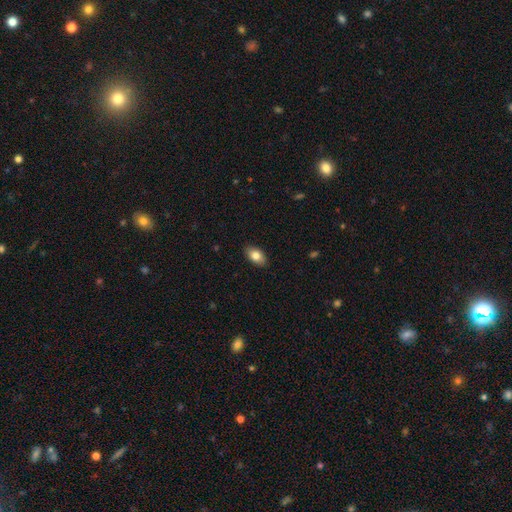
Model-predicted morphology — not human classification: Overall: smooth (82%). How rounded: in between (92%). Merging: none (88%).